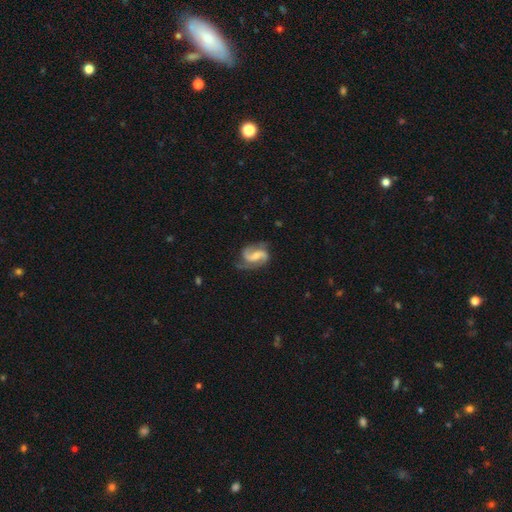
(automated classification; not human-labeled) Smooth or featured?
  - featured or disk: 86% *
  - smooth: 9%
  - star or artifact: 5%
Edge-on disk?
  - no: 98% *
  - yes: 2%
Bar?
  - weak: 46% *
  - no: 32%
  - strong: 22%
Spiral arms?
  - yes: 97% *
  - no: 3%
Spiral winding?
  - medium: 47% *
  - loose: 40%
  - tight: 13%
Spiral arm count?
  - 2: 88% *
  - 3: 4%
  - can't tell: 3%
  - 1: 2%
  - 4: 1%
  - more than 4: 1%
Bulge size?
  - small: 43% *
  - moderate: 40%
  - none: 12%
  - large: 4%
  - dominant: 1%
Merging?
  - none: 70% *
  - minor disturbance: 19%
  - major disturbance: 9%
  - merger: 2%